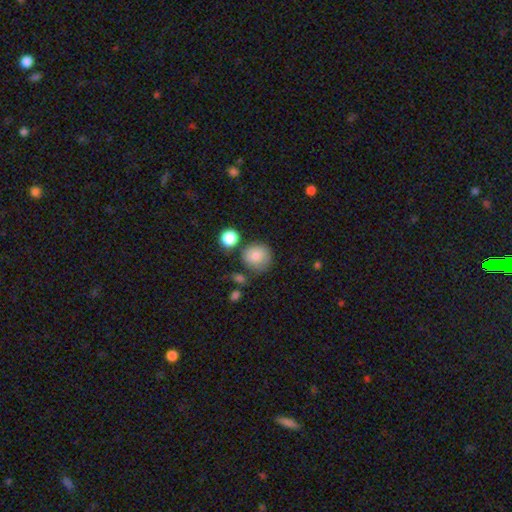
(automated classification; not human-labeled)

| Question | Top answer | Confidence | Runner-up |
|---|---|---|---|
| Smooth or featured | smooth | 83% | star or artifact (9%) |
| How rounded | round | 89% | in between (10%) |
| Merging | none | 69% | minor disturbance (17%) |